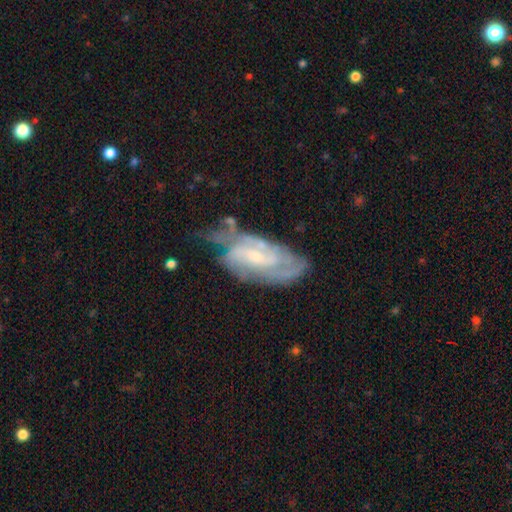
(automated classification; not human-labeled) featured or disk 80%, smooth 13%, star or artifact 6%. Down the decision tree: edge-on disk — no (93%); bar — weak (44%); spiral arms — yes (91%); spiral arm count — can't tell (34%); spiral winding — tight (48%); bulge size — small (63%); merging — none (51%).